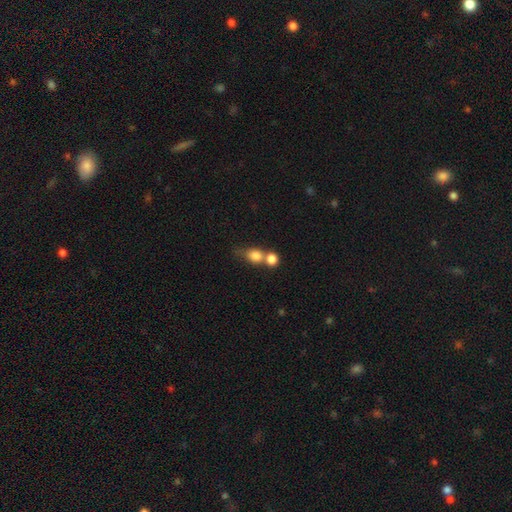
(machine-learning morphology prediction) The model was most divided on "how rounded": round: 60%, in between: 36%, cigar-shaped: 3%. More confident: smooth or featured — smooth (79%); merging — merger (60%).